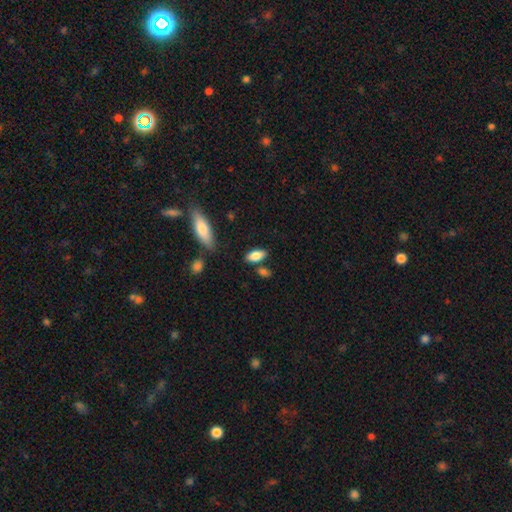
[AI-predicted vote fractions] A smooth galaxy with no disk features (84%) that is in between round and cigar-shaped (87%). Merging: none (75%).